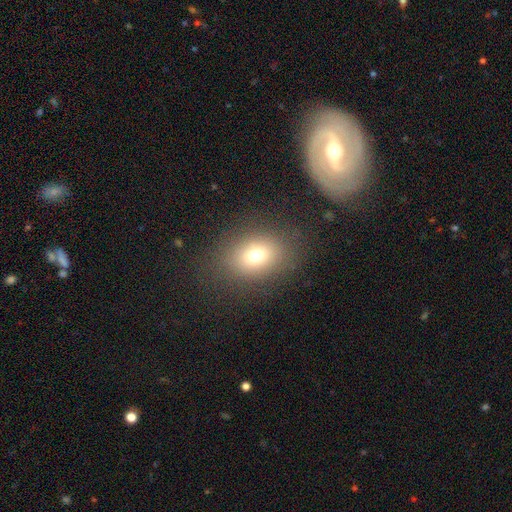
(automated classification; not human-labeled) A smooth galaxy with no disk features (72%) that is in between round and cigar-shaped (51%).

Vote fractions:
- Smooth or featured? smooth: 72% / star or artifact: 16% / featured or disk: 13%
- How rounded? in between: 51% / round: 48% / cigar-shaped: 1%
- Merging? none: 83% / minor disturbance: 10% / major disturbance: 6% / merger: 1%